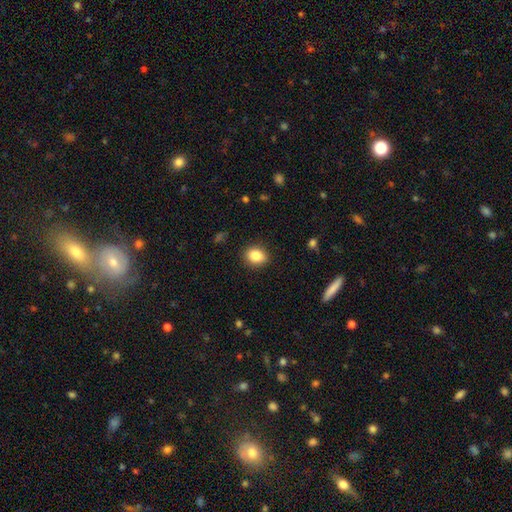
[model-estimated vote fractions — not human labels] Morphology: type=smooth (85%); roundness=in between (53%); merging=none (88%).